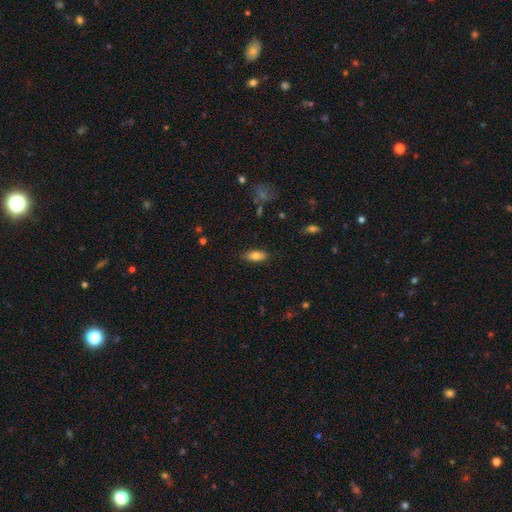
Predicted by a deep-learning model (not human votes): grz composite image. It shows a smooth galaxy with no disk features (80%) that is in between round and cigar-shaped (85%). Merging: none (86%).